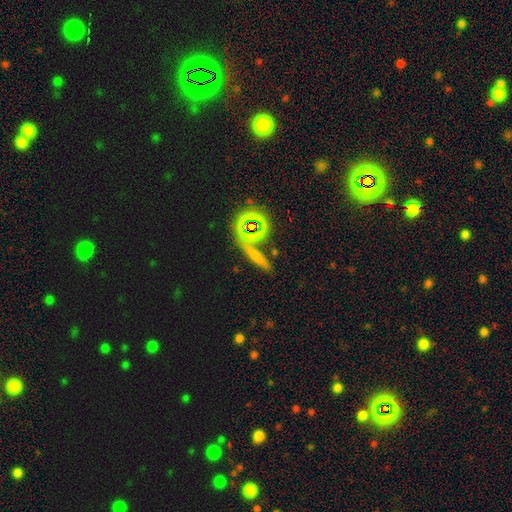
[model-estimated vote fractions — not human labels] smooth-or-featured: smooth: 50% | star or artifact: 32% | featured or disk: 19%
  merging: none: 69% | merger: 14% | minor disturbance: 11% | major disturbance: 6%